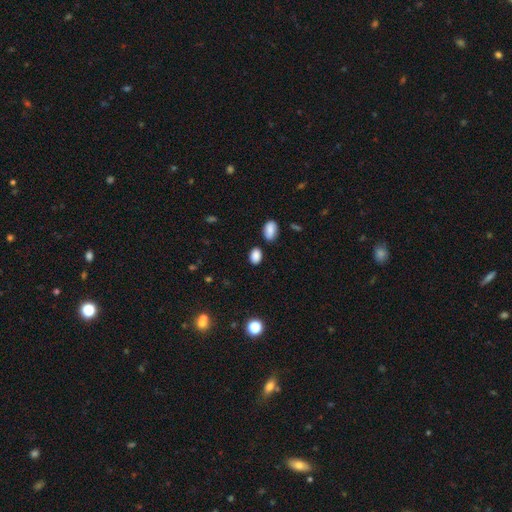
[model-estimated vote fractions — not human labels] Smooth or featured? smooth (85%)
How rounded? in between (81%)
Merging? none (80%)